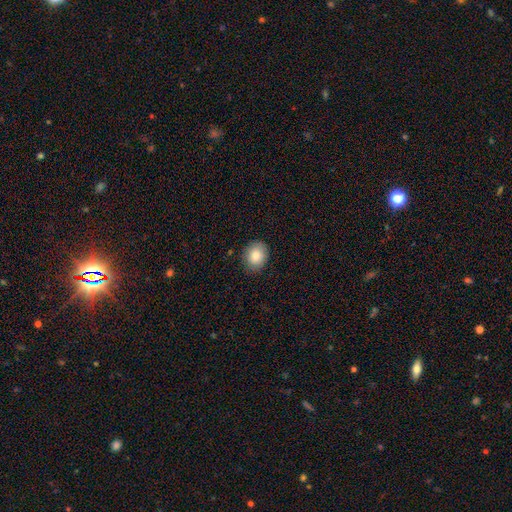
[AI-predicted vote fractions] Smooth or featured? smooth (84%)
How rounded? round (57%)
Merging? none (86%)